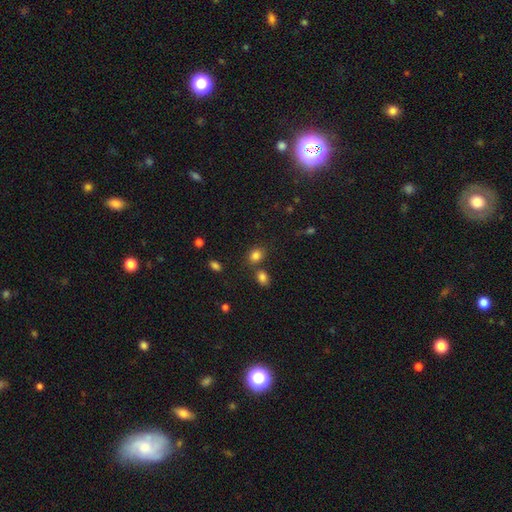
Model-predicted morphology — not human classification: Overall: smooth (82%). How rounded: in between (50%; round 49%). Merging: none (68%).